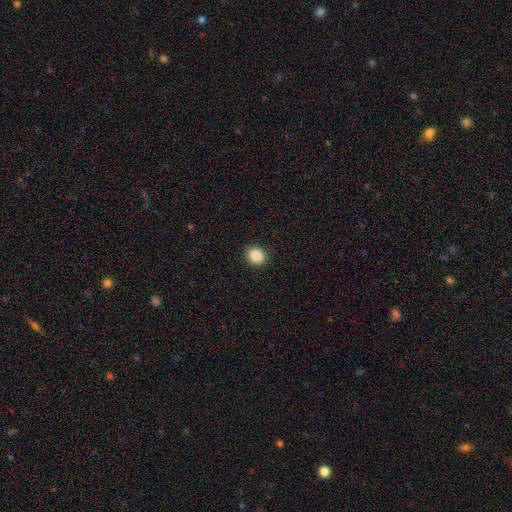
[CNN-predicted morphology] type=smooth (88%); roundness=round (68%); merging=none (91%).